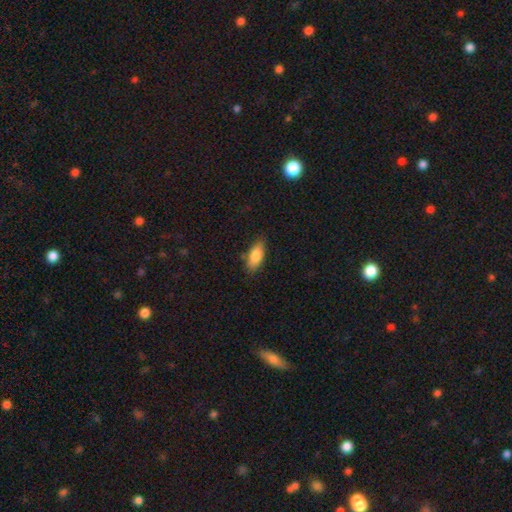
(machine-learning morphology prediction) The model was most divided on "merging": none: 79%, minor disturbance: 16%, major disturbance: 3%, merger: 2%. More confident: how rounded — in between (83%); smooth or featured — smooth (81%).